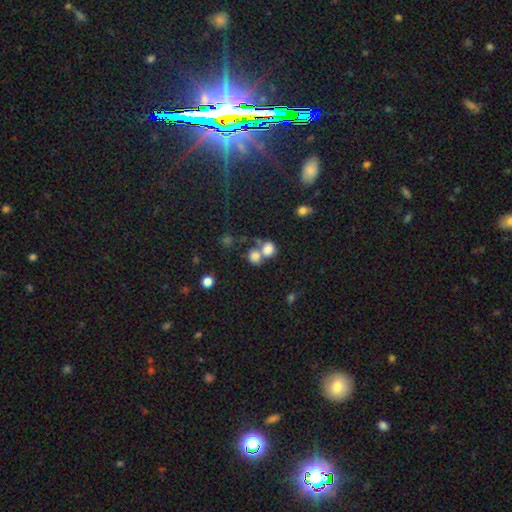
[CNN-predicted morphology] smooth_or_featured: smooth (p=0.77) [alt: star or artifact p=0.12]
how_rounded: round (p=0.74) [alt: in between p=0.25]
merging: merger (p=0.54) [alt: none p=0.33]